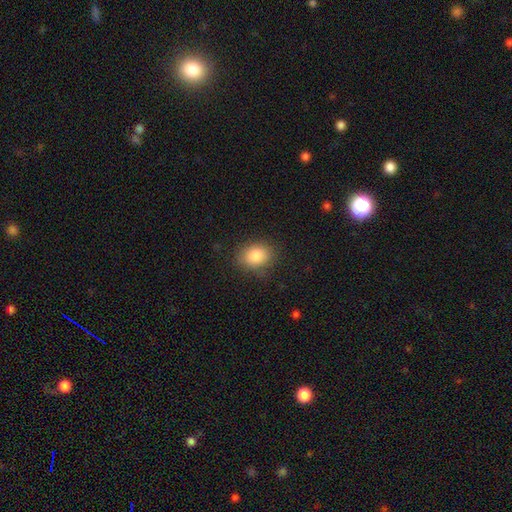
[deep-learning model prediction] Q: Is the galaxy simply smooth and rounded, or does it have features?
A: smooth — 85%.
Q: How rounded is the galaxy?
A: in between — 54%.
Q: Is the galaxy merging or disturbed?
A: none — 82%.